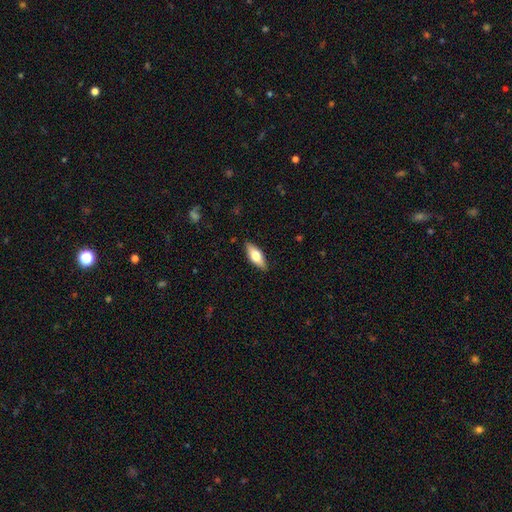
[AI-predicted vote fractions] smooth 60%, featured or disk 34%, star or artifact 6%. Down the decision tree: how rounded — in between (68%); merging — none (88%).